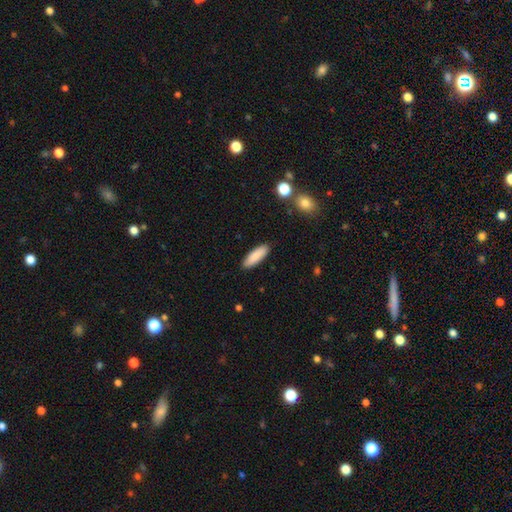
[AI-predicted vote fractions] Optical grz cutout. It shows a smooth galaxy with no disk features (87%) that is cigar-shaped (50%). Merging: none (90%).